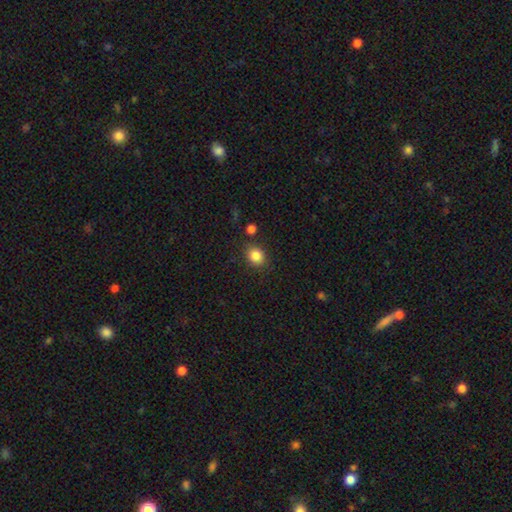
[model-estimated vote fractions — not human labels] smooth_or_featured: smooth (p=0.85) [alt: star or artifact p=0.10]
how_rounded: round (p=0.68) [alt: in between p=0.31]
merging: none (p=0.83) [alt: minor disturbance p=0.10]